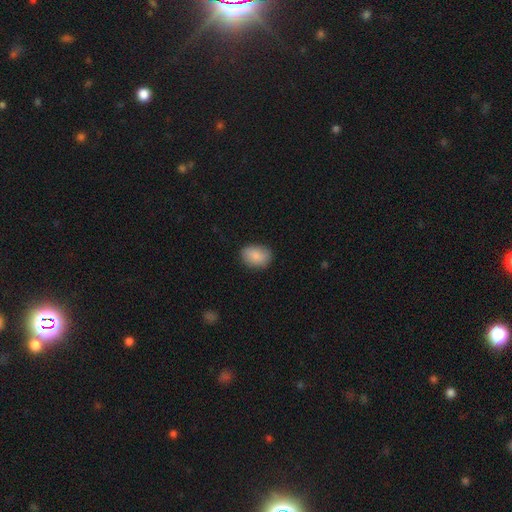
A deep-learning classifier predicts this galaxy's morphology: smooth_or_featured: smooth (p=0.87) [alt: star or artifact p=0.07]
how_rounded: in between (p=0.74) [alt: round p=0.24]
merging: none (p=0.83) [alt: minor disturbance p=0.13]